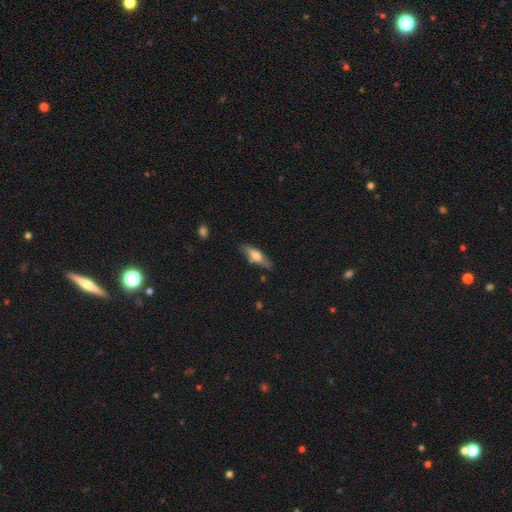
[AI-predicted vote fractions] Smooth or featured? smooth (55%)
How rounded? cigar-shaped (53%)
Merging? none (77%)